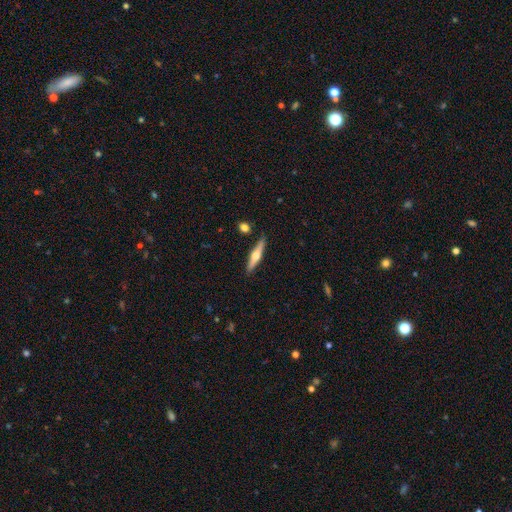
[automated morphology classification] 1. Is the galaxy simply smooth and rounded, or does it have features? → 59% featured or disk, 35% smooth, 6% star or artifact.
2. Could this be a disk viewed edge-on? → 96% yes, 4% no.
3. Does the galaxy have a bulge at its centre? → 93% rounded, 4% none, 3% boxy.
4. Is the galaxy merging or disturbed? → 86% none, 9% minor disturbance, 3% merger, 2% major disturbance.